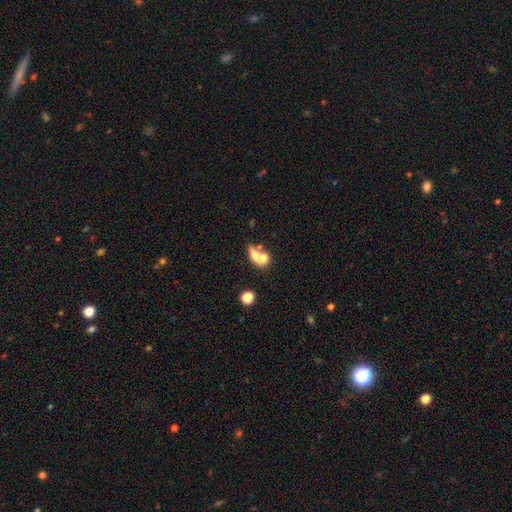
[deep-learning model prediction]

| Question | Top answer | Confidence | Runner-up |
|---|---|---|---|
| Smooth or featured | smooth | 63% | featured or disk (27%) |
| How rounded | in between | 59% | round (32%) |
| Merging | merger | 62% | none (23%) |